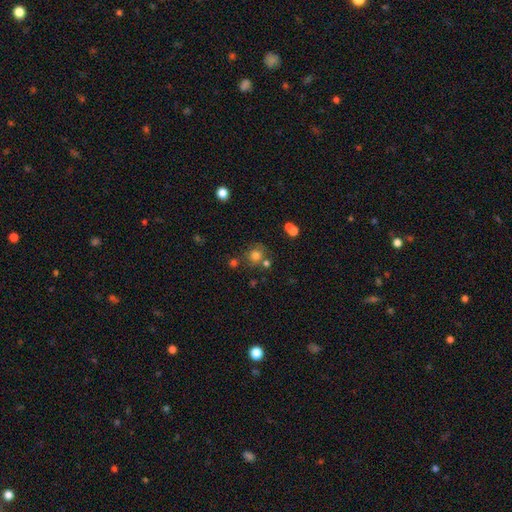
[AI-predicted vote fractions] smooth-or-featured: smooth: 75% | star or artifact: 16% | featured or disk: 9%
  how-rounded: round: 88% | in between: 11% | cigar-shaped: 1%
  merging: none: 68% | merger: 16% | minor disturbance: 11% | major disturbance: 5%